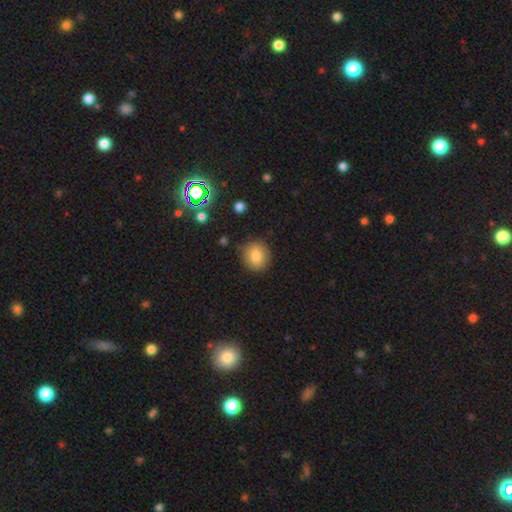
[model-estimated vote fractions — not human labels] Morphology: type=smooth (83%); roundness=round (81%); merging=none (84%).